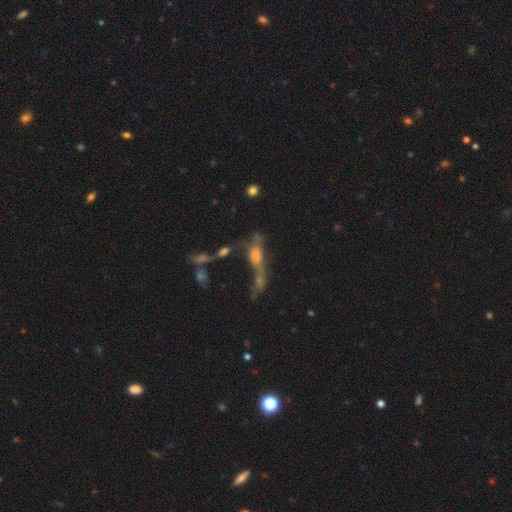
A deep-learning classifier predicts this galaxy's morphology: A featured or disk galaxy (45%).

Vote fractions:
- Smooth or featured? featured or disk: 45% / smooth: 31% / star or artifact: 25%
- Merging? merger: 43% / none: 24% / major disturbance: 23% / minor disturbance: 10%